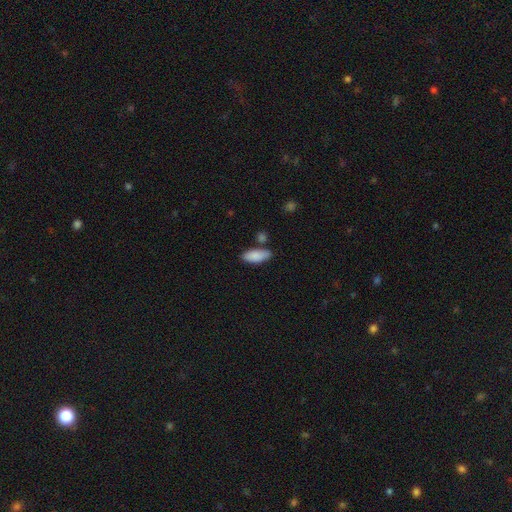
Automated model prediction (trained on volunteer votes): Overall: smooth (88%). How rounded: in between (81%). Merging: none (74%).